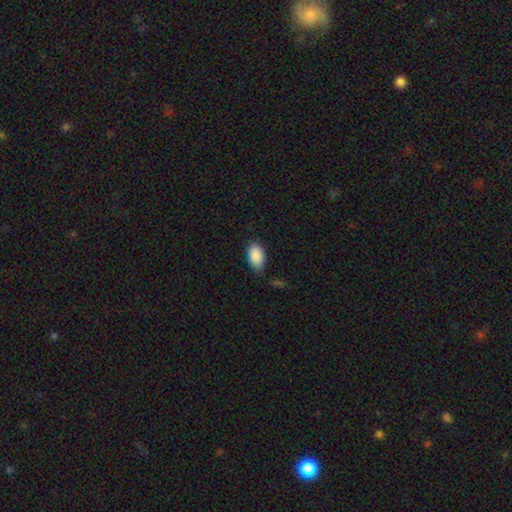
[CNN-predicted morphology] A smooth galaxy with no disk features (90%) that is in between round and cigar-shaped (93%).

Vote fractions:
- Smooth or featured? smooth: 90% / star or artifact: 7% / featured or disk: 3%
- How rounded? in between: 93% / round: 5% / cigar-shaped: 2%
- Merging? none: 78% / minor disturbance: 18% / major disturbance: 3% / merger: 2%